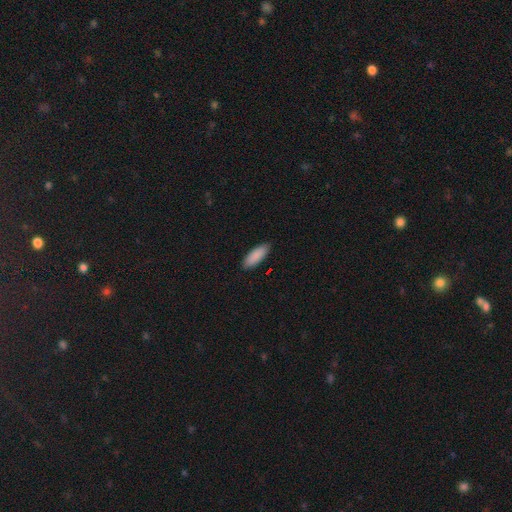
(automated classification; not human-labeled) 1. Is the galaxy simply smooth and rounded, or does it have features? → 90% smooth, 6% star or artifact, 5% featured or disk.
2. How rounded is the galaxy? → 67% in between, 31% cigar-shaped, 2% round.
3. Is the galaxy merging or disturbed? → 88% none, 10% minor disturbance, 2% major disturbance, 1% merger.